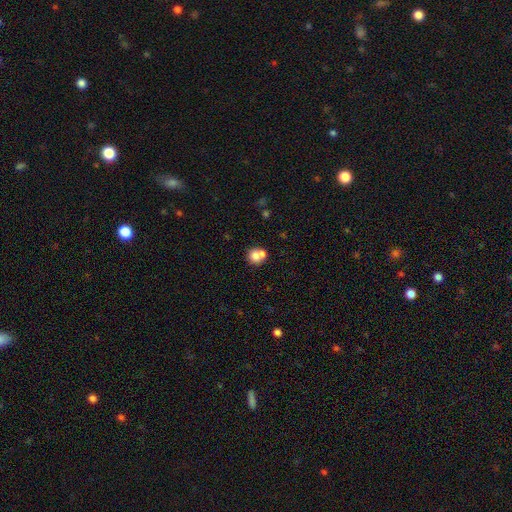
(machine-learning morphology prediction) smooth 74%, featured or disk 17%, star or artifact 10%. Down the decision tree: how rounded — round (82%); merging — merger (49%).